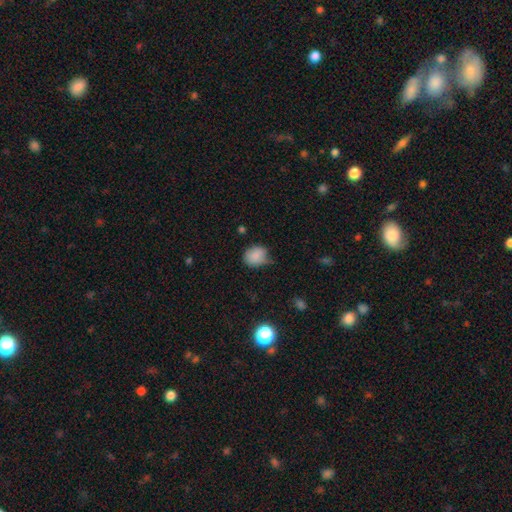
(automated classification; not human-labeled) This appears to be a smooth galaxy with no disk features (83%) that is round (58%). Merging: none (45%).